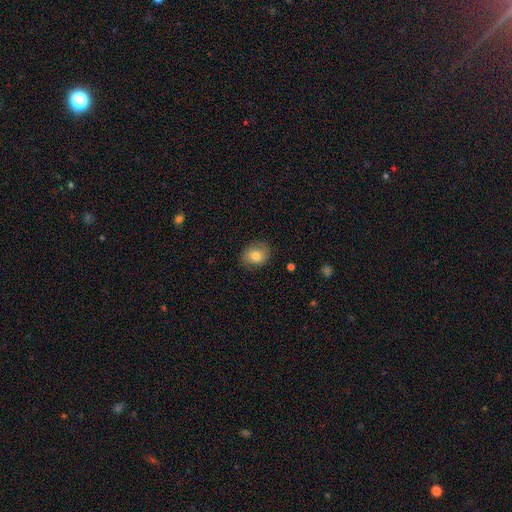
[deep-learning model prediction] A smooth galaxy with no disk features (79%) that is round (57%).

Vote fractions:
- Smooth or featured? smooth: 79% / featured or disk: 13% / star or artifact: 9%
- How rounded? round: 57% / in between: 42% / cigar-shaped: 1%
- Merging? none: 82% / minor disturbance: 14% / major disturbance: 3% / merger: 1%